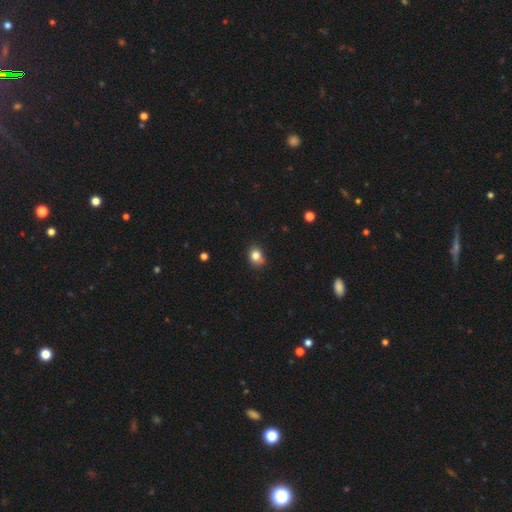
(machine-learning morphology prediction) Smooth or featured: smooth — 83% (star or artifact — 11%)
How rounded: round — 59% (in between — 40%)
Merging: none — 75% (minor disturbance — 19%)